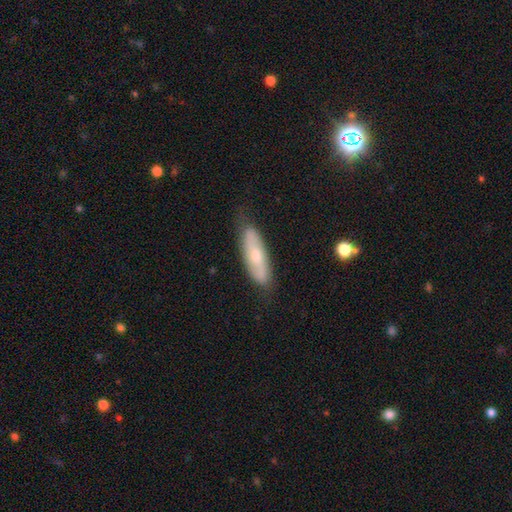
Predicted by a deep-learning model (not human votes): featured or disk 48%, smooth 46%, star or artifact 6%. Down the decision tree: merging — none (74%).